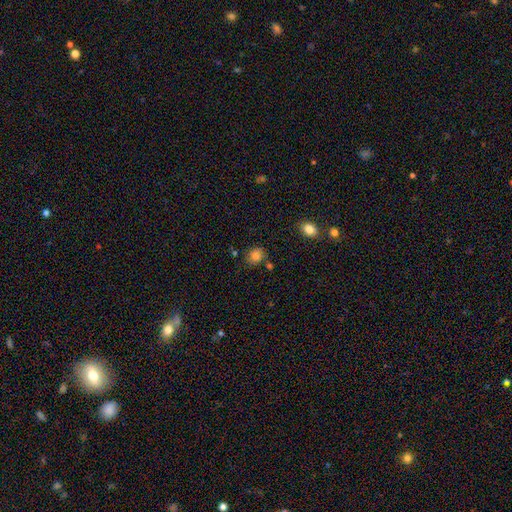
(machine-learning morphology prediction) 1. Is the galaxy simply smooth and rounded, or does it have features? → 80% smooth, 12% star or artifact, 8% featured or disk.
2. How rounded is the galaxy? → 68% round, 31% in between, 1% cigar-shaped.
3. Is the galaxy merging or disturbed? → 76% none, 14% minor disturbance, 7% merger, 3% major disturbance.